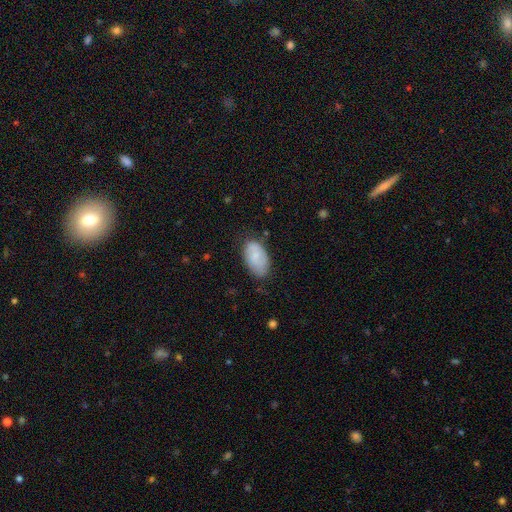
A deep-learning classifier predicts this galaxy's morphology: A smooth galaxy with no disk features (72%) that is in between round and cigar-shaped (94%). Merging: none (69%).